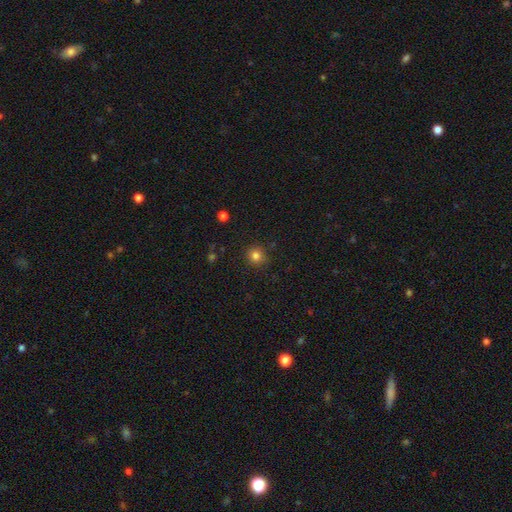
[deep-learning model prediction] The model was most divided on "smooth or featured": smooth: 82%, star or artifact: 13%, featured or disk: 5%. More confident: how rounded — round (90%); merging — none (86%).